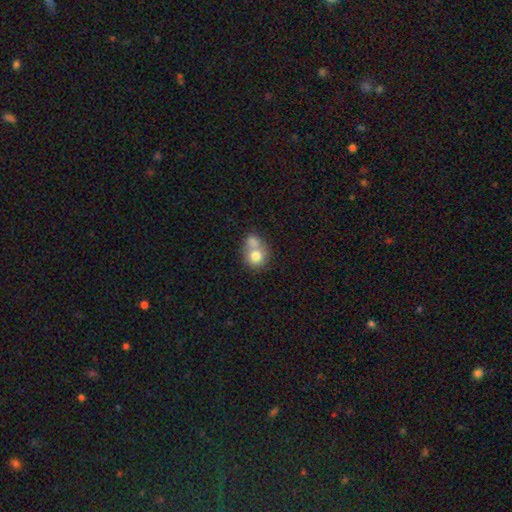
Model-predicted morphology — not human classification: smooth 75%, featured or disk 16%, star or artifact 9%. Down the decision tree: how rounded — round (75%); merging — merger (61%).